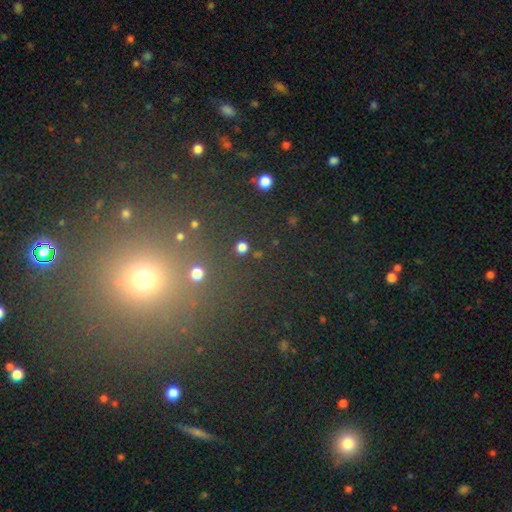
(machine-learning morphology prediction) This is possibly a star or artifact rather than a galaxy (50%).